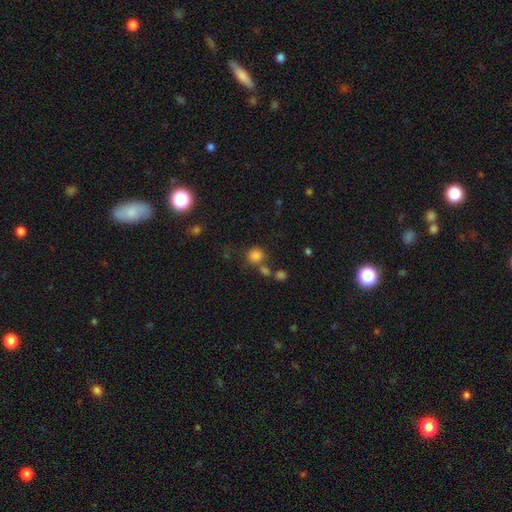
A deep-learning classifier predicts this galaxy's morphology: Overall: smooth (81%). How rounded: round (86%). Merging: none (60%; merger 21%).